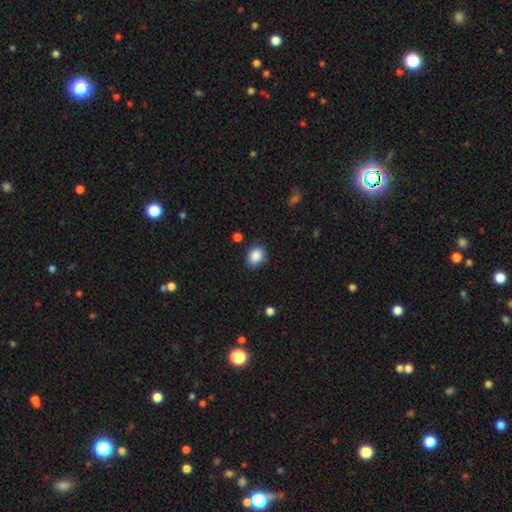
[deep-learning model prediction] smooth_or_featured: smooth (p=0.87) [alt: star or artifact p=0.09]
how_rounded: in between (p=0.52) [alt: round p=0.47]
merging: none (p=0.78) [alt: minor disturbance p=0.16]